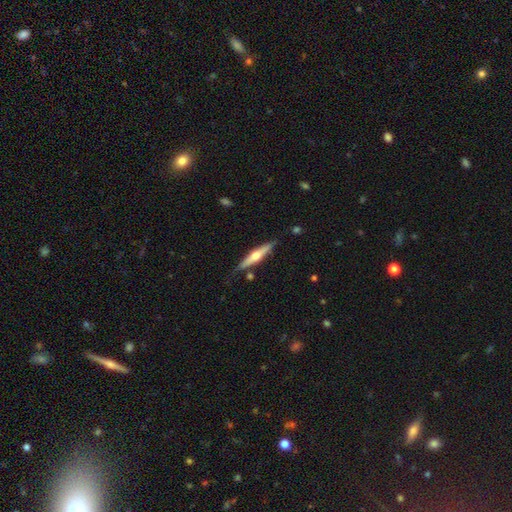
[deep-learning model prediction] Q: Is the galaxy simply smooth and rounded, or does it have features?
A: featured or disk — 63%.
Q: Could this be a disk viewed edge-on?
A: yes — 95%.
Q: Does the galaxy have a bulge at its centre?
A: rounded — 92%.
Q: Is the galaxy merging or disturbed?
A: none — 81%.